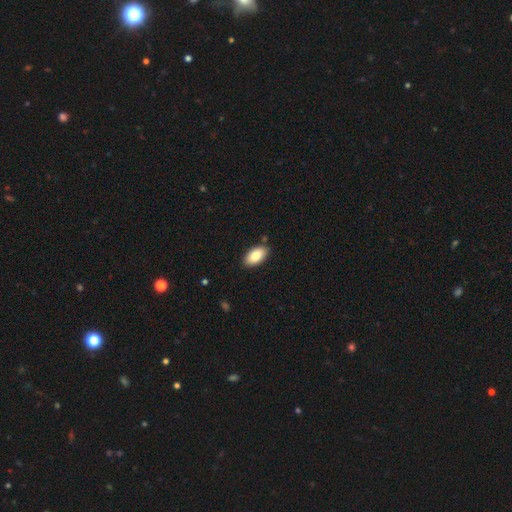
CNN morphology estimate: A smooth galaxy with no disk features (84%) that is in between round and cigar-shaped (94%).

Vote fractions:
- Smooth or featured? smooth: 84% / featured or disk: 10% / star or artifact: 7%
- How rounded? in between: 94% / round: 3% / cigar-shaped: 3%
- Merging? none: 86% / minor disturbance: 10% / major disturbance: 2% / merger: 2%